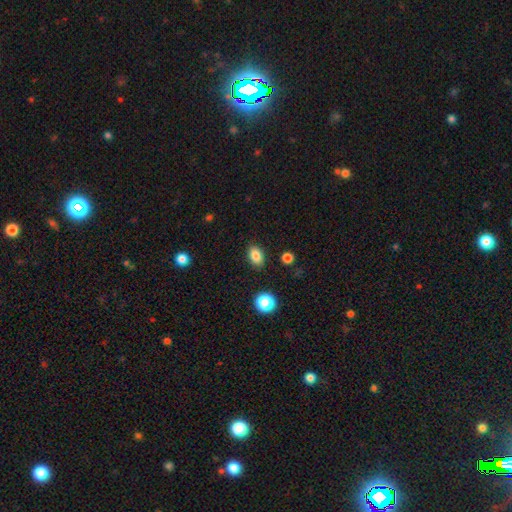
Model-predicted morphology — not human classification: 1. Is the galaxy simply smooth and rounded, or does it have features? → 85% smooth, 10% star or artifact, 6% featured or disk.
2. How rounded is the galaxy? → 81% in between, 18% round, 1% cigar-shaped.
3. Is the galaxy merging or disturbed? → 87% none, 9% minor disturbance, 2% major disturbance, 2% merger.